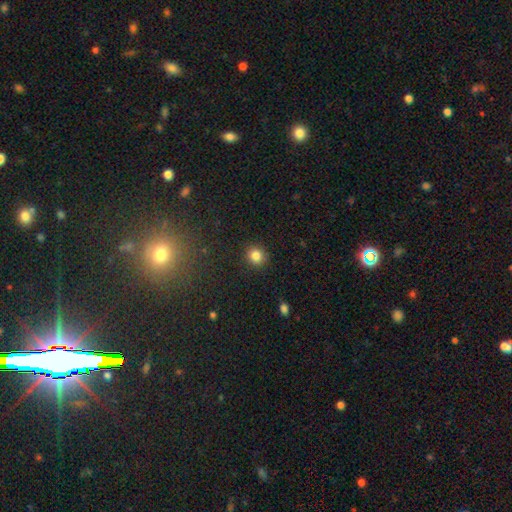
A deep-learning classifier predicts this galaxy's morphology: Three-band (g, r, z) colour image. It shows a smooth galaxy with no disk features (84%) that is round (86%). Merging: none (90%).